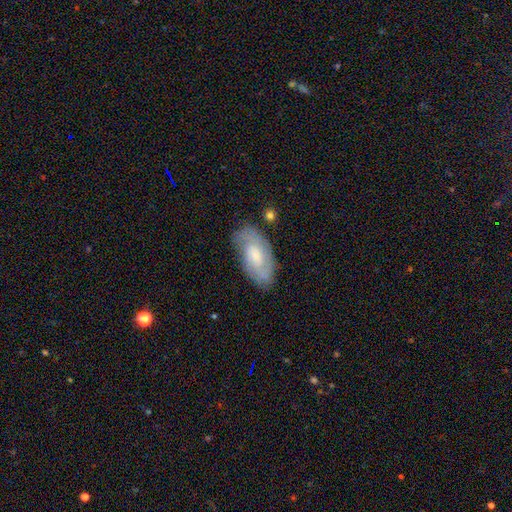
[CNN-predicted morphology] Smooth or featured? Predicted: featured or disk (p=0.61). Edge-on disk? Predicted: no (p=0.93). Bar? Predicted: no (p=0.61). Spiral arms? Predicted: yes (p=0.83). Bulge size? Predicted: small (p=0.43). Merging? Predicted: none (p=0.71).